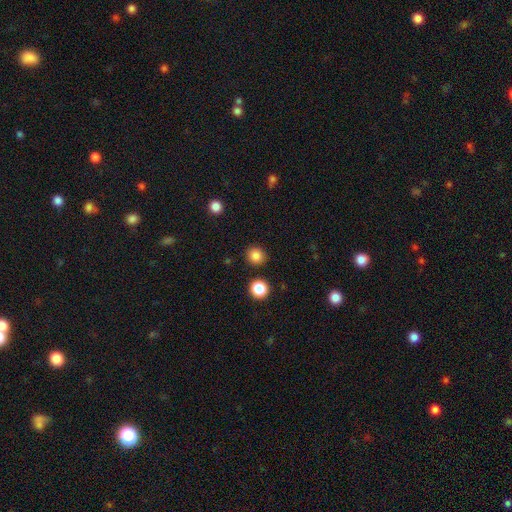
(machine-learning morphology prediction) smooth_or_featured: smooth (p=0.84) [alt: star or artifact p=0.12]
how_rounded: round (p=0.91) [alt: in between p=0.08]
merging: none (p=0.90) [alt: minor disturbance p=0.06]